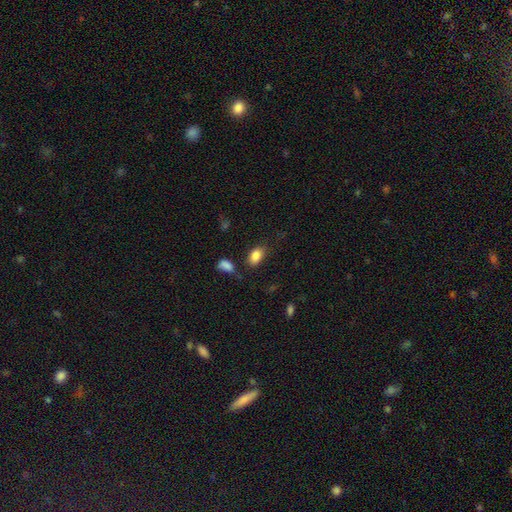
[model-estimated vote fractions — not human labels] Overall: smooth (86%). How rounded: in between (89%). Merging: none (74%).